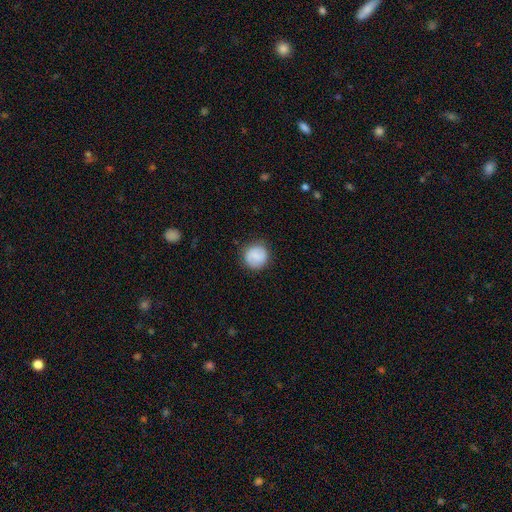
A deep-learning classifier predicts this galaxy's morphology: A smooth galaxy with no disk features (77%) that is round (91%). Merging: none (85%).